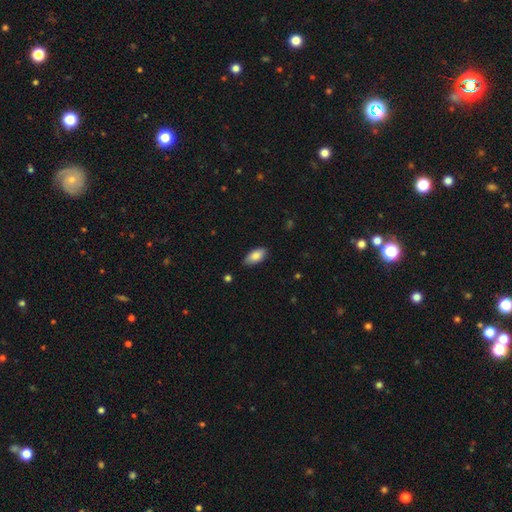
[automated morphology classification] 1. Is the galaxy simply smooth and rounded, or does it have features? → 84% smooth, 10% featured or disk, 6% star or artifact.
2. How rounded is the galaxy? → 91% in between, 7% cigar-shaped, 2% round.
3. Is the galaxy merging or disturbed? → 86% none, 11% minor disturbance, 2% major disturbance, 1% merger.